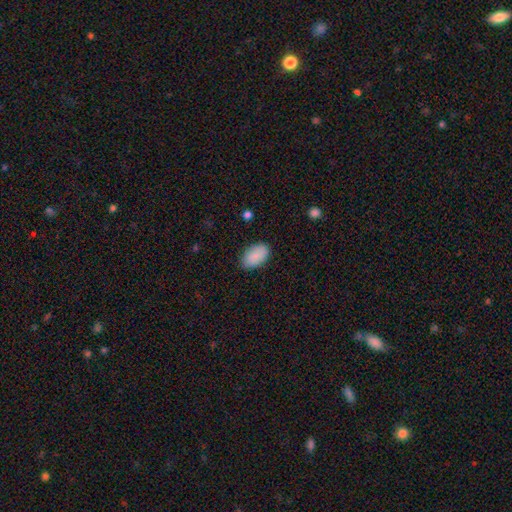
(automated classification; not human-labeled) This is clearly a smooth galaxy (89%). How rounded: clearly in between (95%). Merging: clearly none (86%).